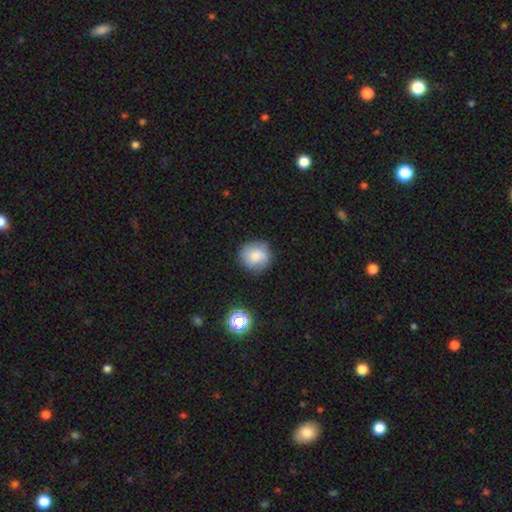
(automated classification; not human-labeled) The model was most divided on "smooth or featured": smooth: 71%, featured or disk: 19%, star or artifact: 10%. More confident: how rounded — round (90%); merging — none (82%).